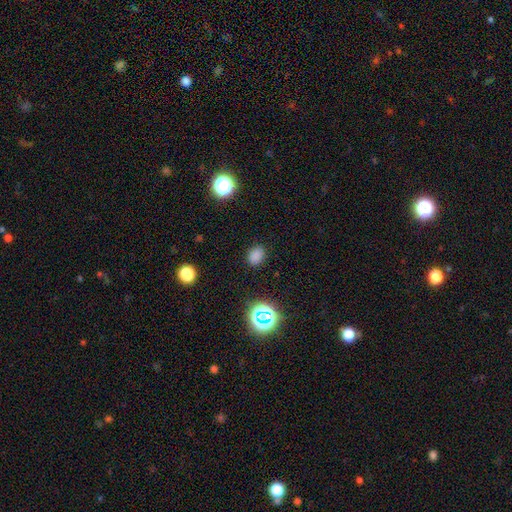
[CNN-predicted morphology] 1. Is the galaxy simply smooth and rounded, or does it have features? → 78% smooth, 17% star or artifact, 4% featured or disk.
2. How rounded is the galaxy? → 70% in between, 29% round, 1% cigar-shaped.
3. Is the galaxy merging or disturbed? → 86% none, 10% minor disturbance, 3% major disturbance, 1% merger.